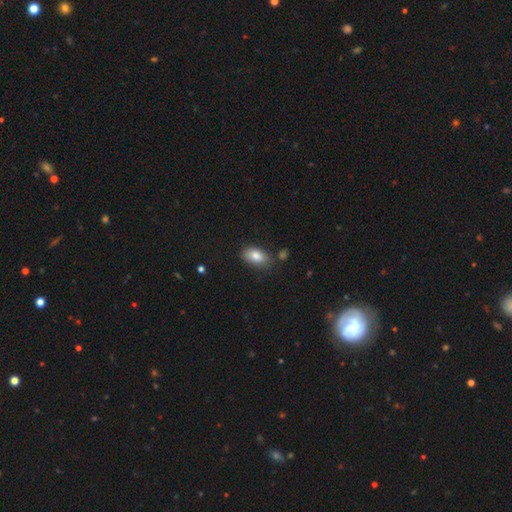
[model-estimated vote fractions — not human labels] Smooth or featured: smooth — 83% (featured or disk — 9%)
How rounded: in between — 91% (round — 6%)
Merging: none — 76% (minor disturbance — 15%)